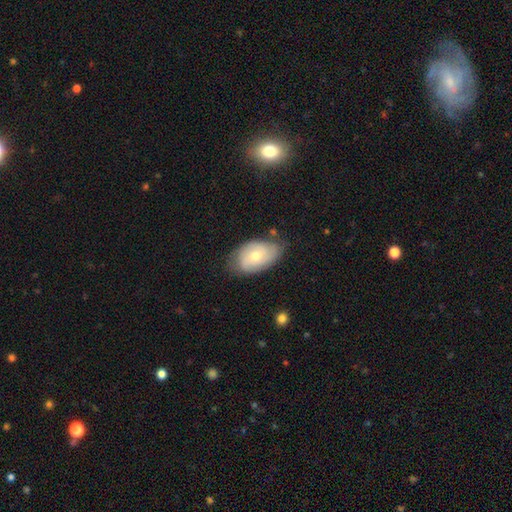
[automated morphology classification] A smooth galaxy with no disk features (51%) that is in between round and cigar-shaped (88%). Merging: none (65%).